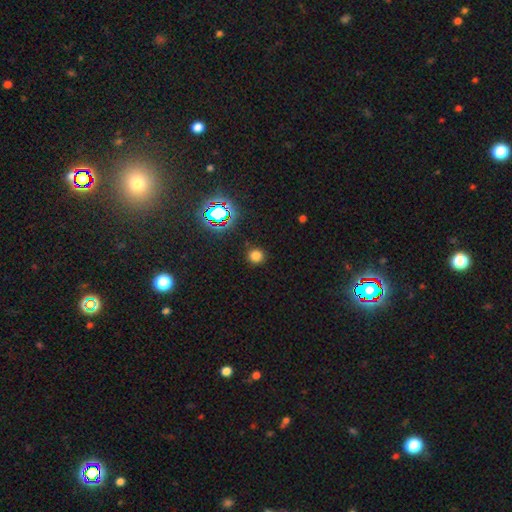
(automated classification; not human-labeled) The model was most divided on "smooth or featured": smooth: 74%, star or artifact: 21%, featured or disk: 5%. More confident: how rounded — round (92%); merging — none (90%).